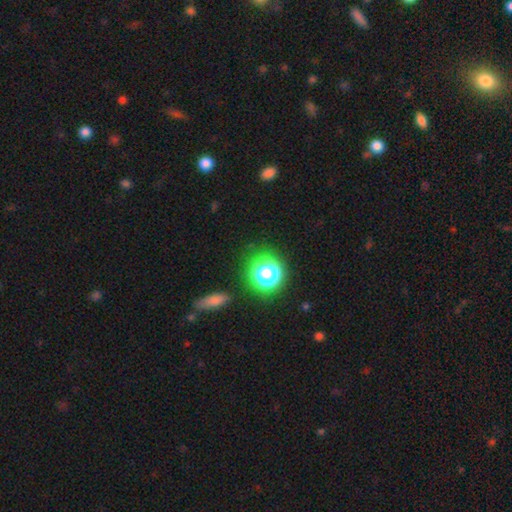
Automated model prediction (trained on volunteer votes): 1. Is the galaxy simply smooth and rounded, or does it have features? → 56% star or artifact, 36% smooth, 8% featured or disk.